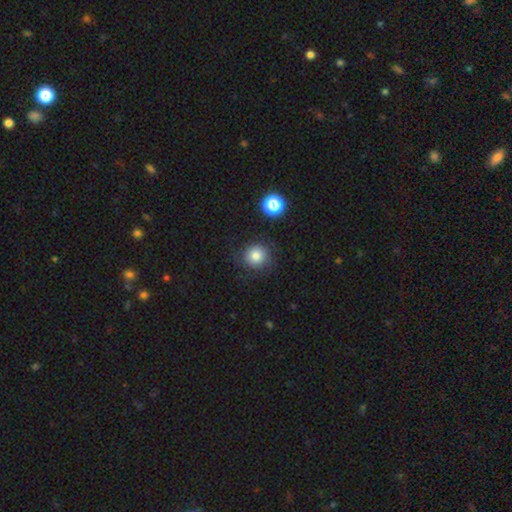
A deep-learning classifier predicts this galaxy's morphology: smooth_or_featured: smooth (p=0.78) [alt: star or artifact p=0.12]
how_rounded: round (p=0.91) [alt: in between p=0.08]
merging: none (p=0.79) [alt: minor disturbance p=0.13]